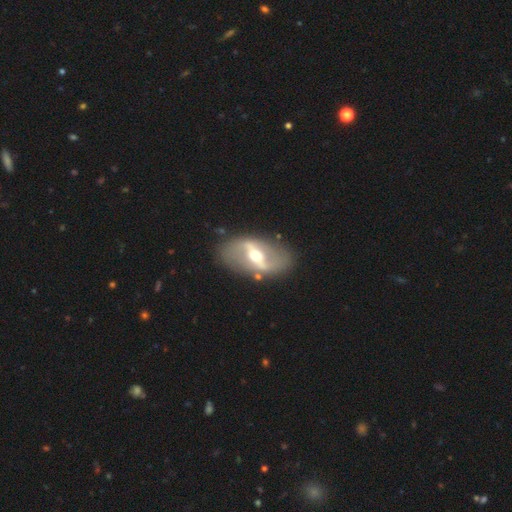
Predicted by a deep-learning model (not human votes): The model was most divided on "spiral arms": yes: 55%, no: 45%. More confident: edge-on disk — no (91%); merging — none (80%); smooth or featured — featured or disk (78%); bulge size — moderate (70%); bar — strong (60%).